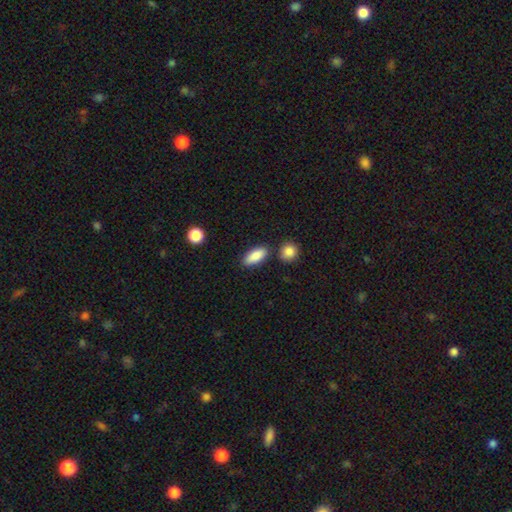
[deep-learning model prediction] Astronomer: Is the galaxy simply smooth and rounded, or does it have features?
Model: smooth — 87%.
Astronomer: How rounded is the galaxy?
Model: in between — 81%.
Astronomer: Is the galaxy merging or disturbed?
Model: none — 79%.